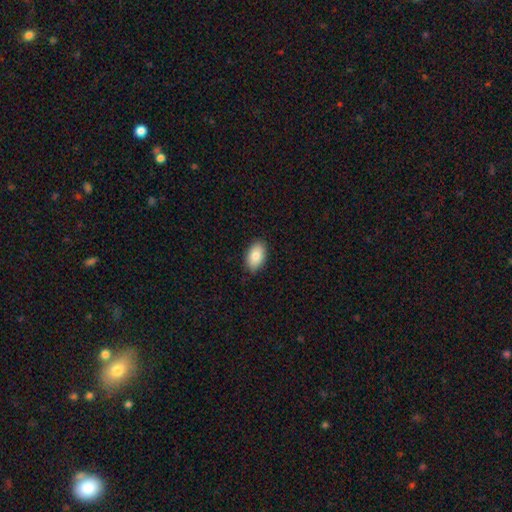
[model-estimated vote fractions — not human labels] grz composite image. It shows a smooth galaxy with no disk features (85%) that is in between round and cigar-shaped (93%). Merging: none (87%).